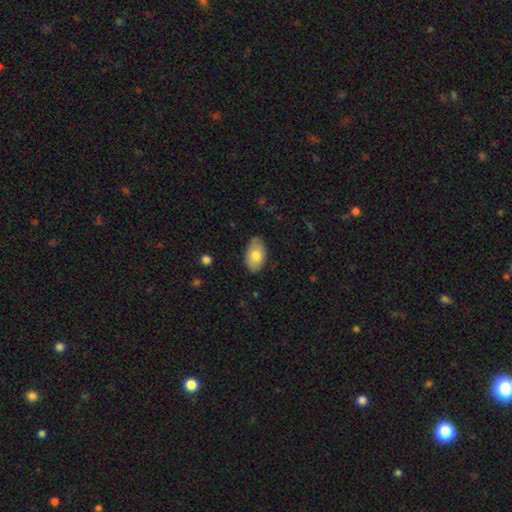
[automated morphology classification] Q: Smooth or featured?
A: smooth (77%); runner-up: featured or disk (17%)
Q: How rounded?
A: in between (93%); runner-up: round (6%)
Q: Merging?
A: none (80%); runner-up: minor disturbance (16%)